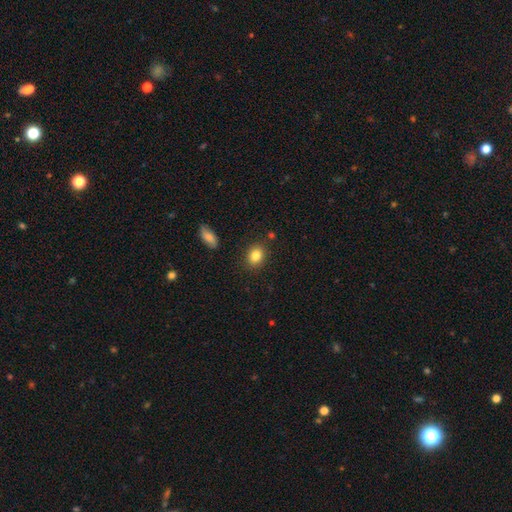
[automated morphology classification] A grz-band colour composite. It shows a smooth galaxy with no disk features (84%) that is in between round and cigar-shaped (56%). Merging: none (87%).